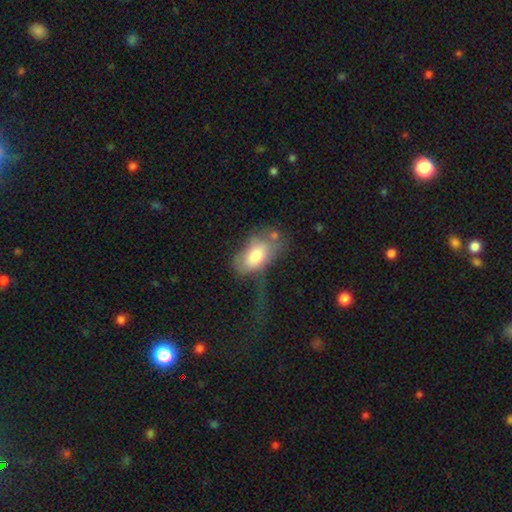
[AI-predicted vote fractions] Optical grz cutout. It shows a smooth galaxy with no disk features (73%) that is in between round and cigar-shaped (93%). Merging: major disturbance (46%).